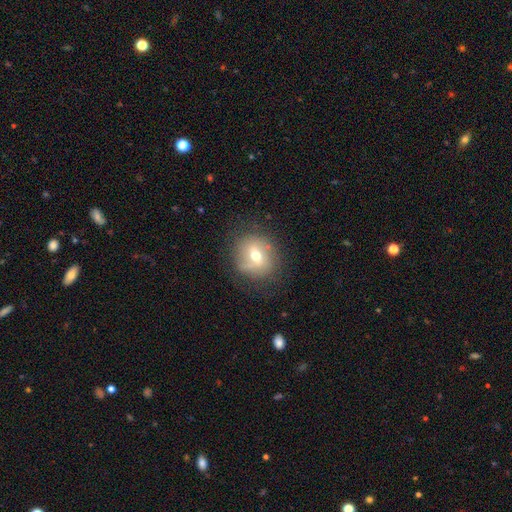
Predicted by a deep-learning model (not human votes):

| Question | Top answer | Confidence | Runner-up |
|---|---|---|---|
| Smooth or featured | smooth | 52% | featured or disk (36%) |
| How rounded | round | 81% | in between (18%) |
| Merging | none | 75% | minor disturbance (16%) |